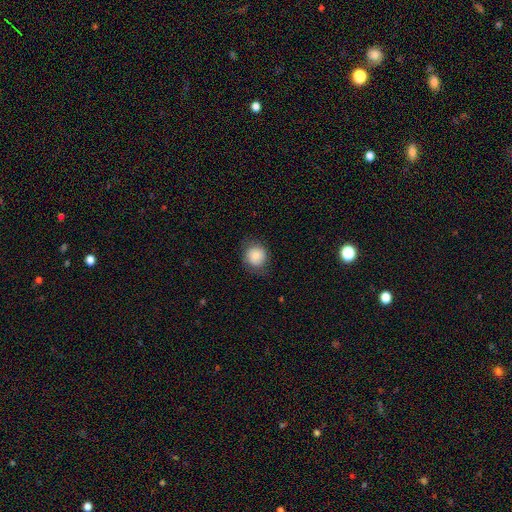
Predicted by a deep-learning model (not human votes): A smooth galaxy with no disk features (83%) that is round (86%).

Vote fractions:
- Smooth or featured? smooth: 83% / star or artifact: 9% / featured or disk: 8%
- How rounded? round: 86% / in between: 13% / cigar-shaped: 1%
- Merging? none: 79% / minor disturbance: 15% / major disturbance: 5% / merger: 1%